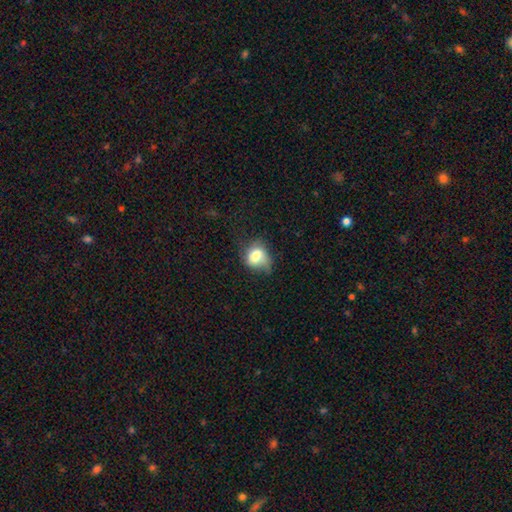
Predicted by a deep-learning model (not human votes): Smooth or featured?
  - smooth: 74% *
  - featured or disk: 17%
  - star or artifact: 9%
How rounded?
  - in between: 51% *
  - round: 47%
  - cigar-shaped: 1%
Merging?
  - none: 41% *
  - minor disturbance: 36%
  - major disturbance: 20%
  - merger: 3%